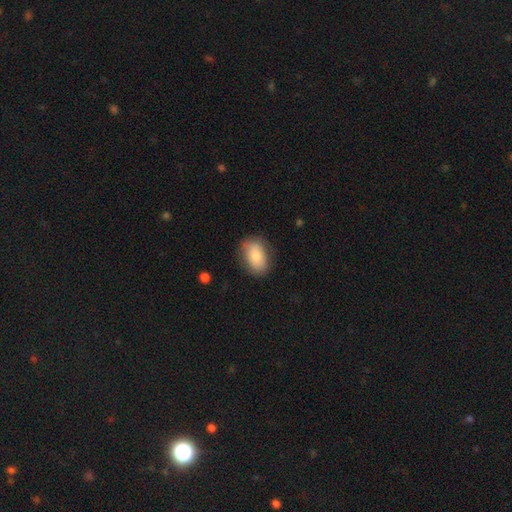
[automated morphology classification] Overall: smooth (79%). How rounded: in between (85%). Merging: none (81%).